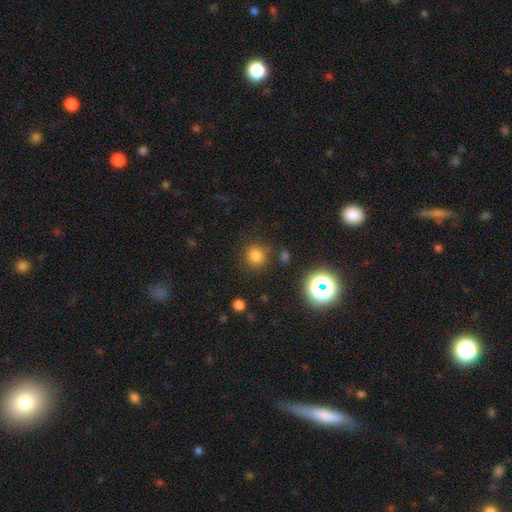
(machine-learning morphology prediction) The model was most divided on "smooth or featured": smooth: 78%, star or artifact: 16%, featured or disk: 5%. More confident: how rounded — round (89%); merging — none (82%).